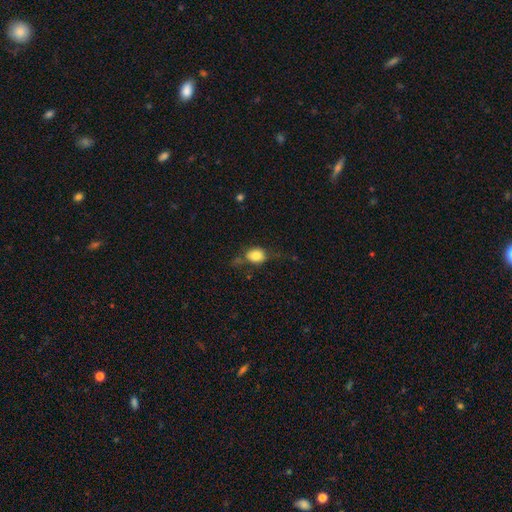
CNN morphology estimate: Smooth or featured? Predicted: smooth (p=0.75). How rounded? Predicted: in between (p=0.53). Merging? Predicted: none (p=0.51).